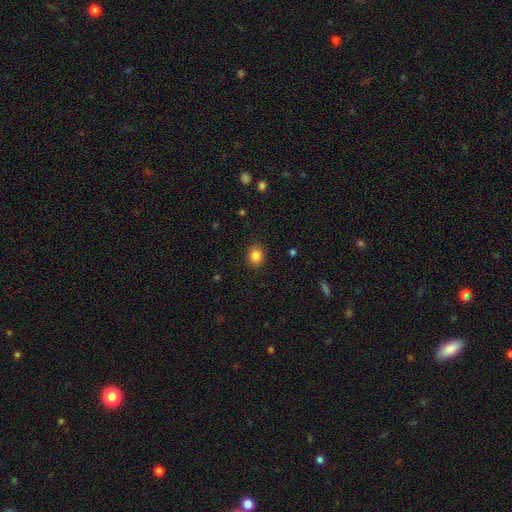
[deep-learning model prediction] A smooth galaxy with no disk features (85%) that is in between round and cigar-shaped (53%). Merging: none (88%).